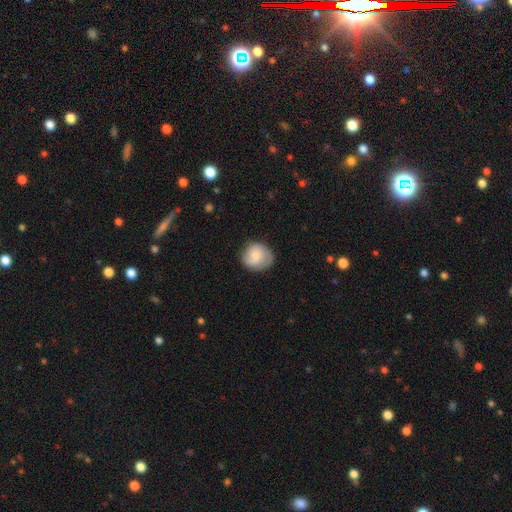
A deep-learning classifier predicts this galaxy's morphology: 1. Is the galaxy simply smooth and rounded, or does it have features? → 65% smooth, 28% featured or disk, 7% star or artifact.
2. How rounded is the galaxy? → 79% round, 20% in between, 1% cigar-shaped.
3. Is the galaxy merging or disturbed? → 74% none, 20% minor disturbance, 5% major disturbance, 1% merger.